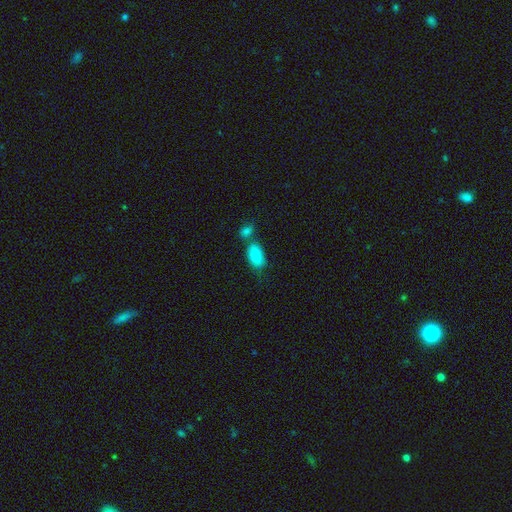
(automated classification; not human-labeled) Q: Smooth or featured?
A: smooth (85%); runner-up: featured or disk (8%)
Q: How rounded?
A: in between (92%); runner-up: round (5%)
Q: Merging?
A: none (46%); runner-up: merger (34%)